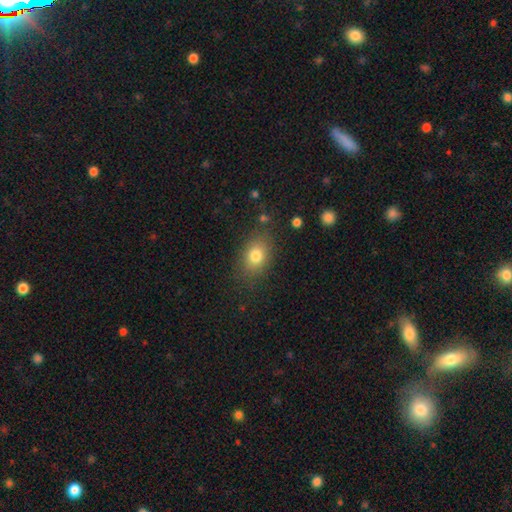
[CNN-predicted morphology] A smooth galaxy with no disk features (80%) that is in between round and cigar-shaped (73%). Merging: none (80%).